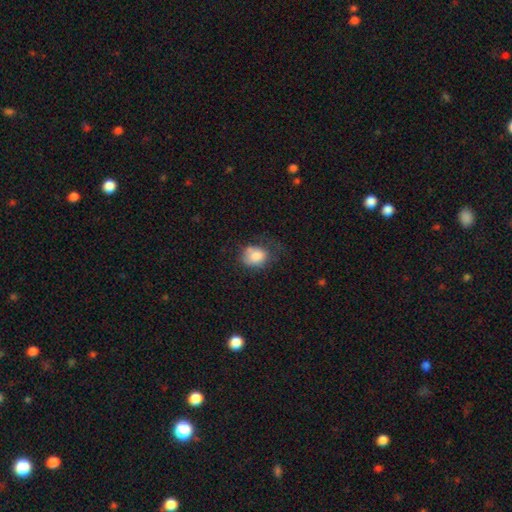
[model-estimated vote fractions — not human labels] smooth-or-featured: smooth: 82% | featured or disk: 9% | star or artifact: 8%
  how-rounded: in between: 53% | round: 46% | cigar-shaped: 1%
  merging: none: 45% | minor disturbance: 33% | major disturbance: 18% | merger: 4%